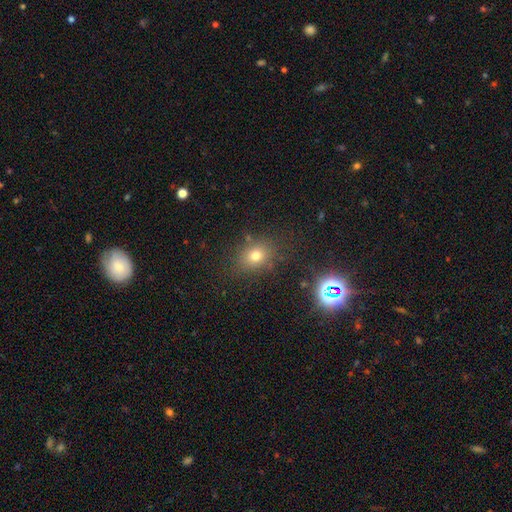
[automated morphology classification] A smooth galaxy with no disk features (72%) that is round (53%). Merging: none (79%).